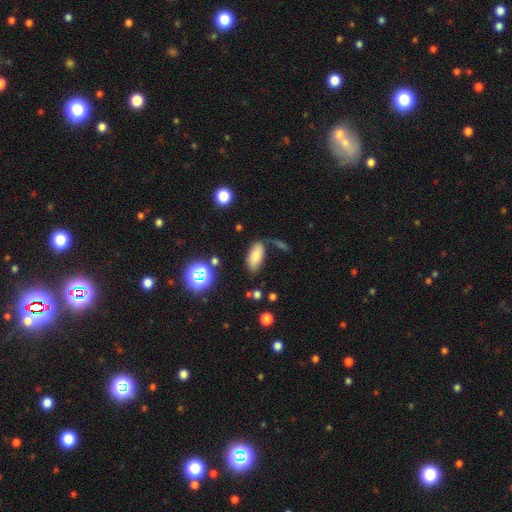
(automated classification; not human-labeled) Smooth or featured? smooth (78%)
How rounded? in between (88%)
Merging? none (68%)